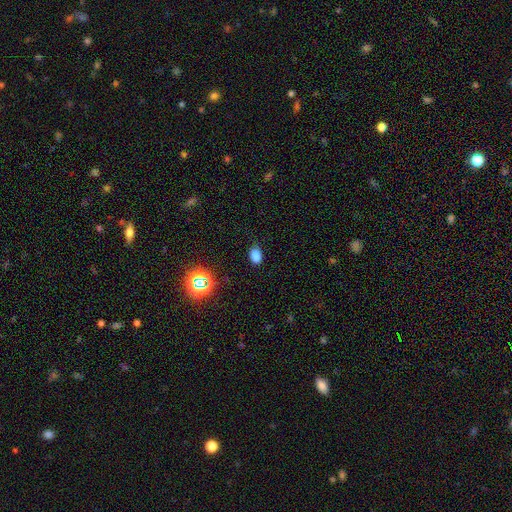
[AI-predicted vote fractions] Smooth or featured: smooth — 79% (star or artifact — 16%)
How rounded: in between — 82% (round — 16%)
Merging: none — 81% (minor disturbance — 14%)